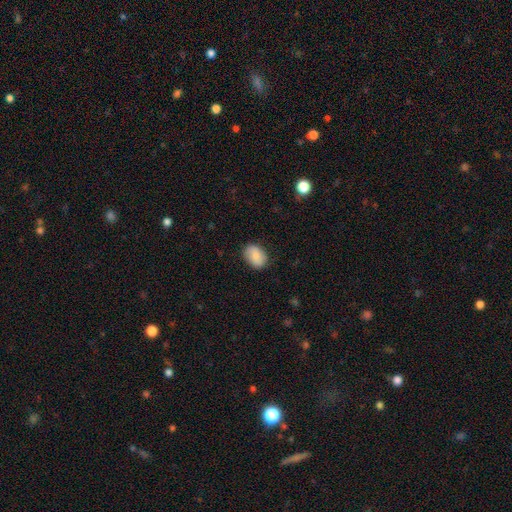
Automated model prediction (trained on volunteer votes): smooth 80%, featured or disk 13%, star or artifact 7%. Down the decision tree: how rounded — in between (76%); merging — none (83%).